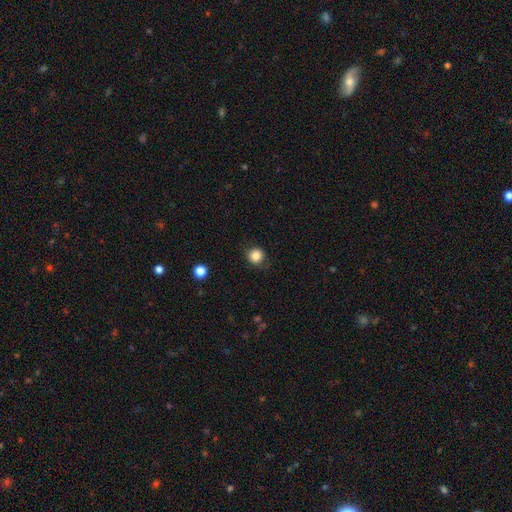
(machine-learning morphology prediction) smooth 84%, star or artifact 11%, featured or disk 5%. Down the decision tree: how rounded — round (92%); merging — none (86%).